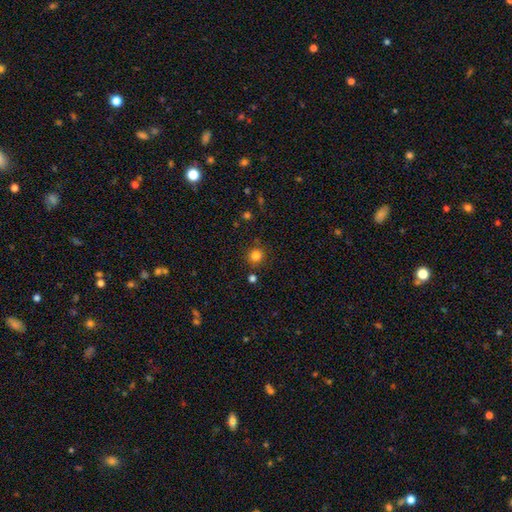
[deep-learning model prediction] smooth 82%, star or artifact 13%, featured or disk 5%. Down the decision tree: how rounded — round (91%); merging — none (85%).